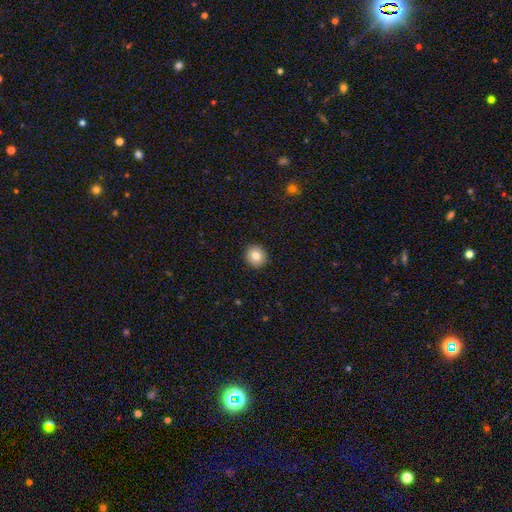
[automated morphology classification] A smooth galaxy with no disk features (83%) that is round (91%). Merging: none (92%).